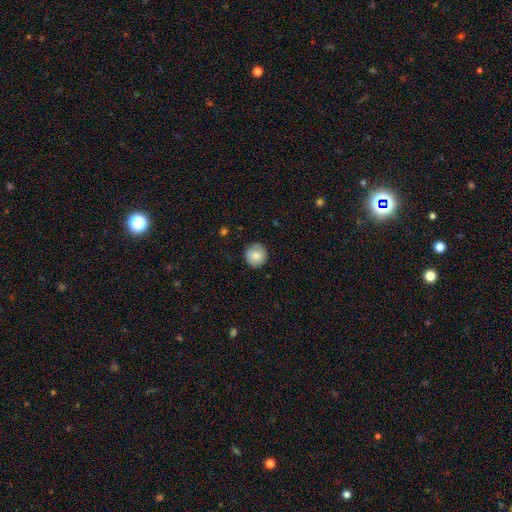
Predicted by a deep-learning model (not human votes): smooth-or-featured: smooth: 83% | featured or disk: 10% | star or artifact: 7%
  how-rounded: round: 92% | in between: 7% | cigar-shaped: 1%
  merging: none: 86% | minor disturbance: 11% | major disturbance: 2% | merger: 1%